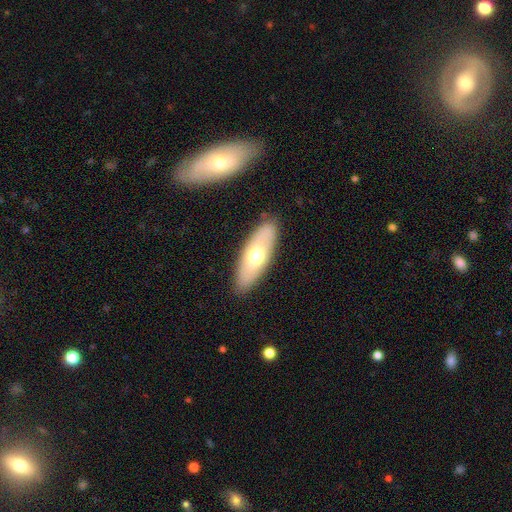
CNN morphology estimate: smooth_or_featured: smooth (p=0.58) [alt: featured or disk p=0.37]
how_rounded: in between (p=0.72) [alt: cigar-shaped p=0.26]
merging: none (p=0.86) [alt: minor disturbance p=0.09]